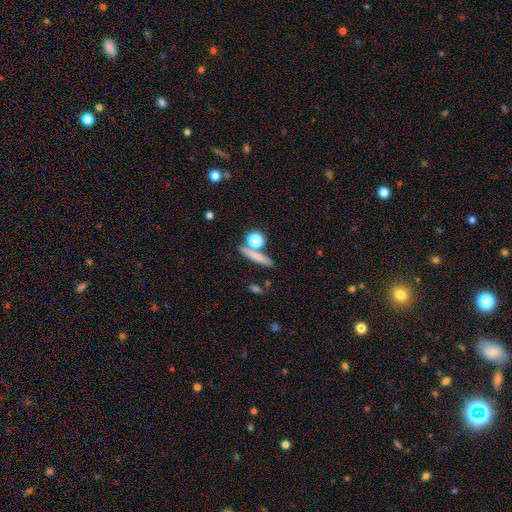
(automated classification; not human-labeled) Morphology: type=smooth (72%); roundness=cigar-shaped (62%); merging=none (73%).